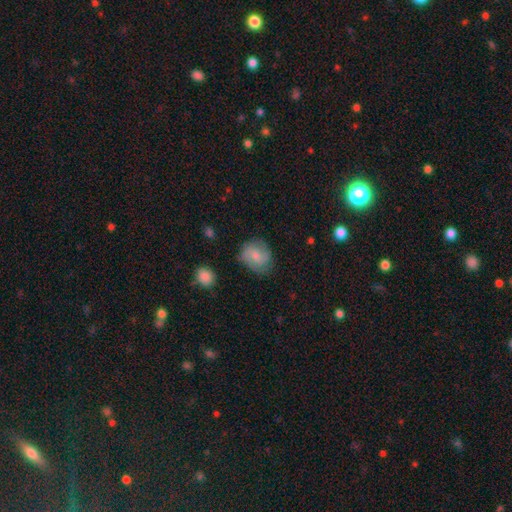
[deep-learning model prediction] smooth 64%, featured or disk 28%, star or artifact 7%. Down the decision tree: how rounded — round (61%); merging — none (66%).